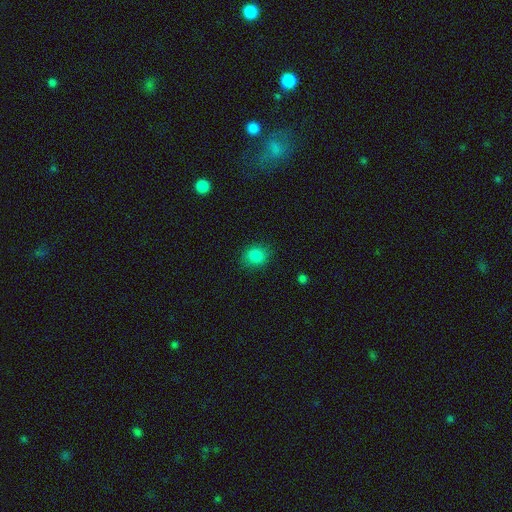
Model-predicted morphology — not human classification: Smooth or featured? smooth (84%)
How rounded? round (68%)
Merging? none (85%)